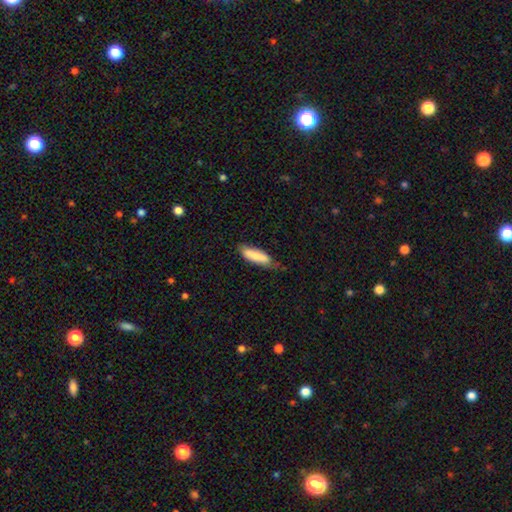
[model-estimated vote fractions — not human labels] smooth_or_featured: smooth (p=0.81) [alt: featured or disk p=0.13]
how_rounded: cigar-shaped (p=0.61) [alt: in between p=0.37]
merging: none (p=0.66) [alt: minor disturbance p=0.27]